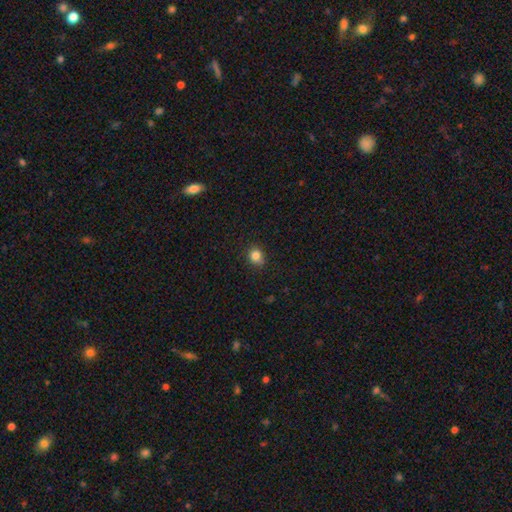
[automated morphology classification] This is clearly a smooth galaxy (83%). How rounded: likely round (72%). Merging: likely none (80%).